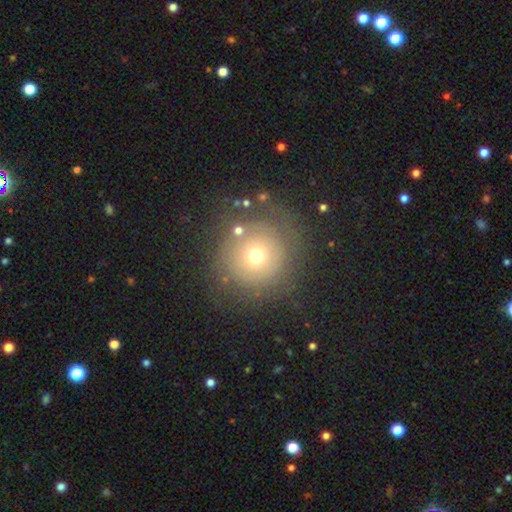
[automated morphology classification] The model was most divided on "smooth or featured": smooth: 59%, featured or disk: 26%, star or artifact: 15%. More confident: how rounded — round (93%); merging — none (74%).